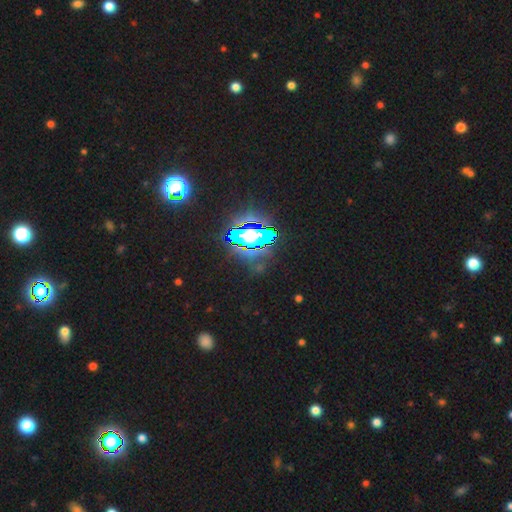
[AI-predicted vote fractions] This is clearly a star or artifact rather than a galaxy (82%).